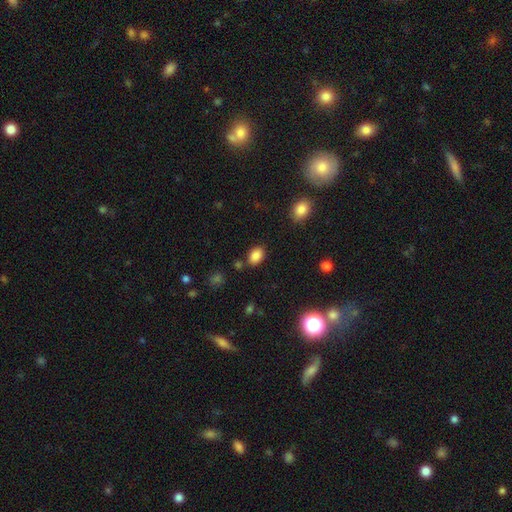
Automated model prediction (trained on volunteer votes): Smooth or featured? smooth (86%)
How rounded? in between (80%)
Merging? none (82%)